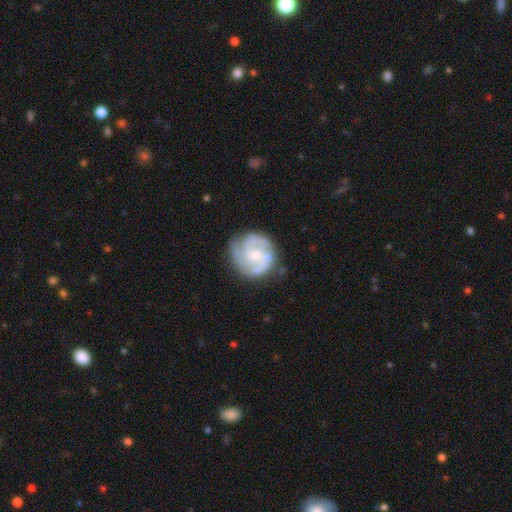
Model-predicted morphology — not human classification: The model was most divided on "spiral winding": tight: 47%, medium: 42%, loose: 11%. Remaining: edge-on disk — no (98%); spiral arms — yes (93%); smooth or featured — featured or disk (79%); merging — none (71%); bar — no (58%); bulge size — small (50%); spiral arm count — 2 (39%).